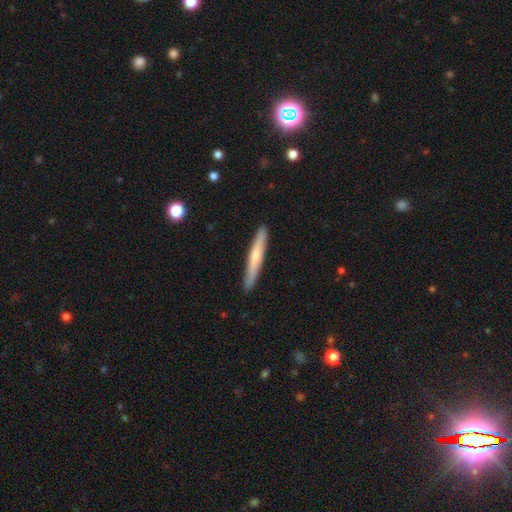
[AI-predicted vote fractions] Smooth or featured? smooth (56%)
How rounded? cigar-shaped (95%)
Merging? none (90%)